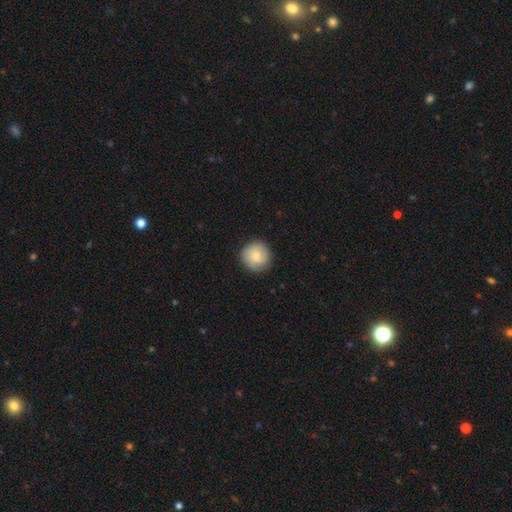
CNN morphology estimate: Overall: smooth (75%). How rounded: round (94%). Merging: none (84%).